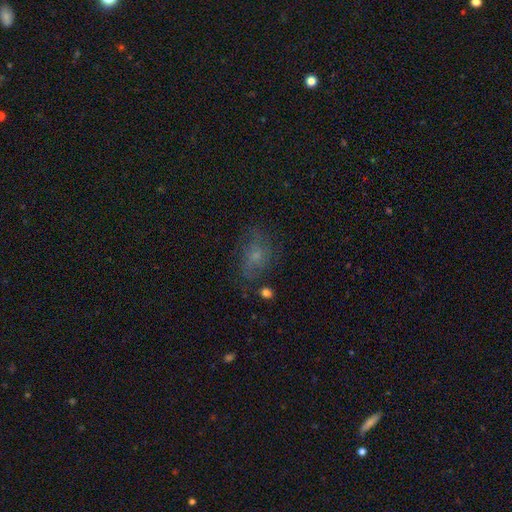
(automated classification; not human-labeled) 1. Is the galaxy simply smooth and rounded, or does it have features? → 42% smooth, 40% featured or disk, 17% star or artifact.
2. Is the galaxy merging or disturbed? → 54% none, 23% minor disturbance, 20% major disturbance, 3% merger.